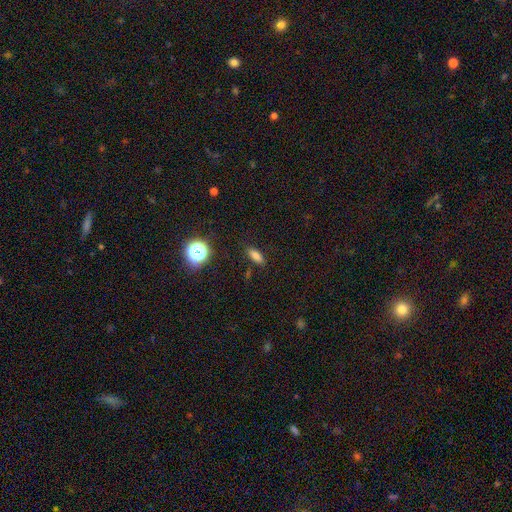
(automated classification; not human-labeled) A smooth galaxy with no disk features (74%) that is in between round and cigar-shaped (65%).

Vote fractions:
- Smooth or featured? smooth: 74% / star or artifact: 16% / featured or disk: 11%
- How rounded? in between: 65% / cigar-shaped: 29% / round: 6%
- Merging? none: 86% / minor disturbance: 9% / major disturbance: 3% / merger: 2%